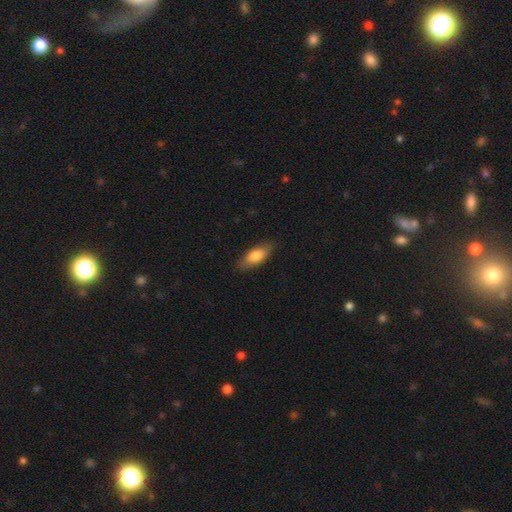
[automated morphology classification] smooth_or_featured: smooth (p=0.78) [alt: featured or disk p=0.16]
how_rounded: in between (p=0.78) [alt: cigar-shaped p=0.19]
merging: none (p=0.84) [alt: minor disturbance p=0.13]